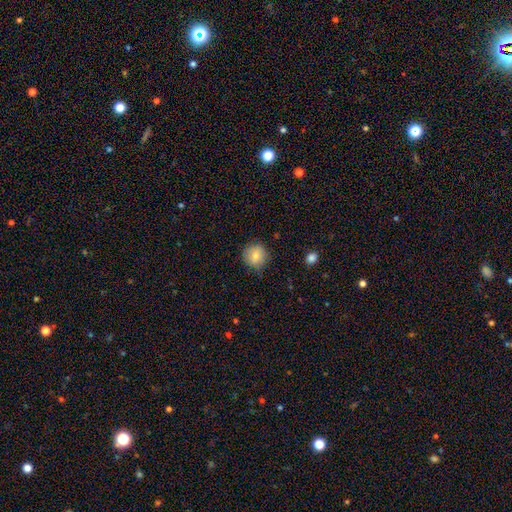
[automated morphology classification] Smooth or featured?
  - smooth: 78% *
  - featured or disk: 12%
  - star or artifact: 10%
How rounded?
  - round: 89% *
  - in between: 10%
  - cigar-shaped: 1%
Merging?
  - none: 78% *
  - minor disturbance: 17%
  - major disturbance: 4%
  - merger: 1%